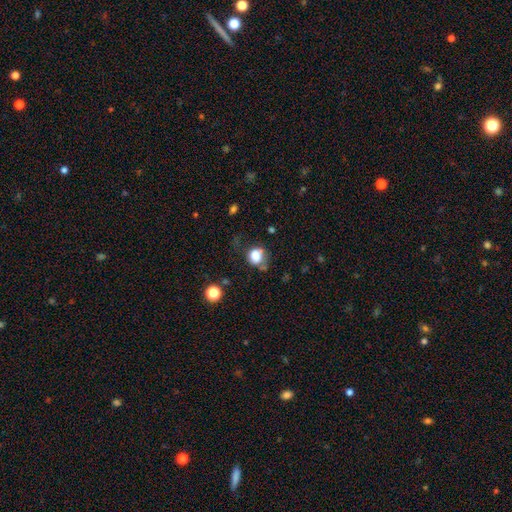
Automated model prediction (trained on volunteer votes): Smooth or featured?
  - smooth: 80% *
  - star or artifact: 11%
  - featured or disk: 9%
How rounded?
  - round: 66% *
  - in between: 33%
  - cigar-shaped: 1%
Merging?
  - none: 54% *
  - minor disturbance: 26%
  - major disturbance: 13%
  - merger: 8%